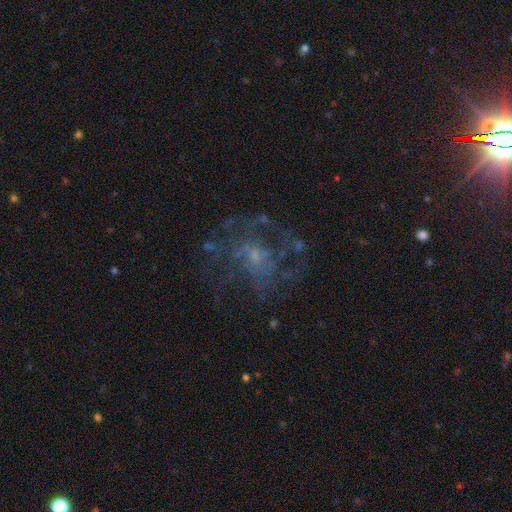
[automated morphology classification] smooth-or-featured: featured or disk: 67% | star or artifact: 17% | smooth: 16%
  disk-edge-on: no: 98% | yes: 2%
    bar: no: 78% | weak: 19% | strong: 3%
    has-spiral-arms: yes: 61% | no: 39%
    bulge-size: small: 57% | moderate: 25% | none: 15% | large: 2% | dominant: 1%
  merging: none: 58% | major disturbance: 23% | minor disturbance: 16% | merger: 3%